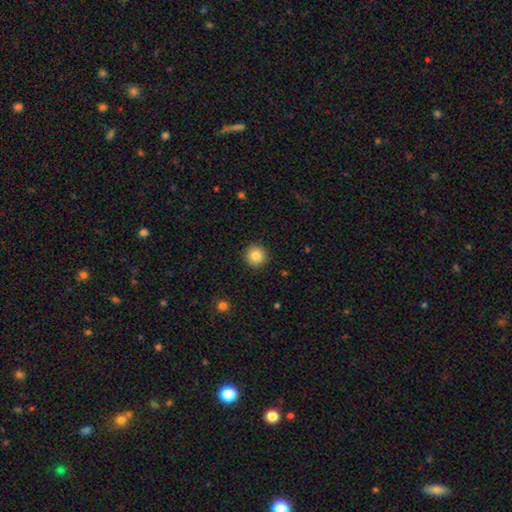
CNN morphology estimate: Smooth or featured?
  - smooth: 83% *
  - star or artifact: 10%
  - featured or disk: 6%
How rounded?
  - round: 95% *
  - in between: 4%
  - cigar-shaped: 1%
Merging?
  - none: 92% *
  - minor disturbance: 5%
  - major disturbance: 2%
  - merger: 1%